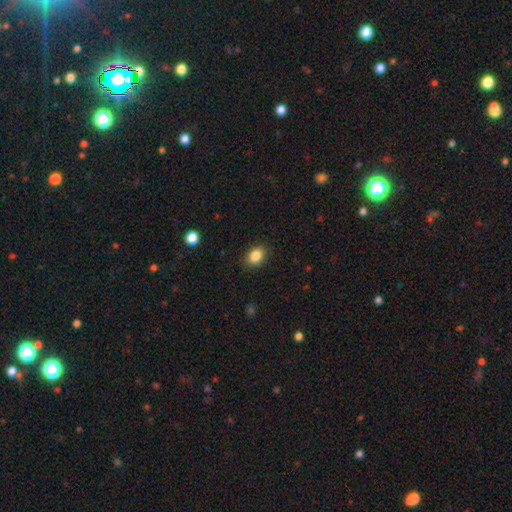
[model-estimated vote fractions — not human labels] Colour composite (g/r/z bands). It shows a smooth galaxy with no disk features (86%) that is in between round and cigar-shaped (73%). Merging: none (86%).